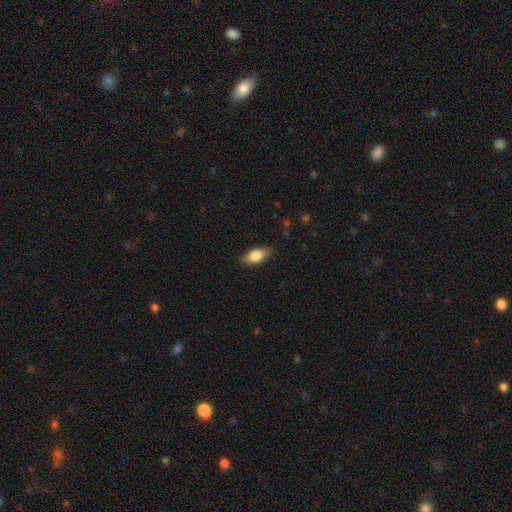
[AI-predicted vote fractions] Smooth or featured? Predicted: smooth (p=0.75). How rounded? Predicted: in between (p=0.84). Merging? Predicted: none (p=0.82).